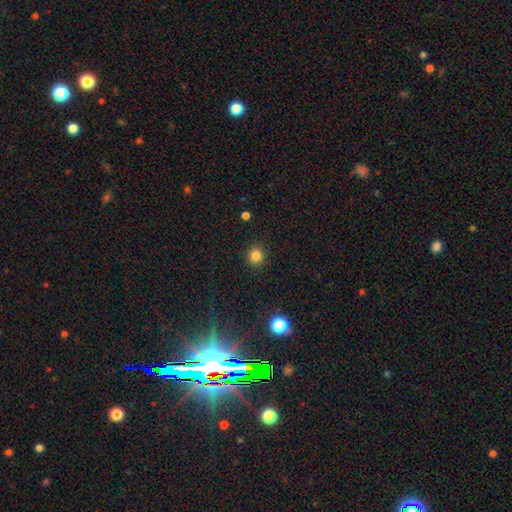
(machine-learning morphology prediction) Smooth or featured? Predicted: smooth (p=0.83). How rounded? Predicted: round (p=0.93). Merging? Predicted: none (p=0.91).